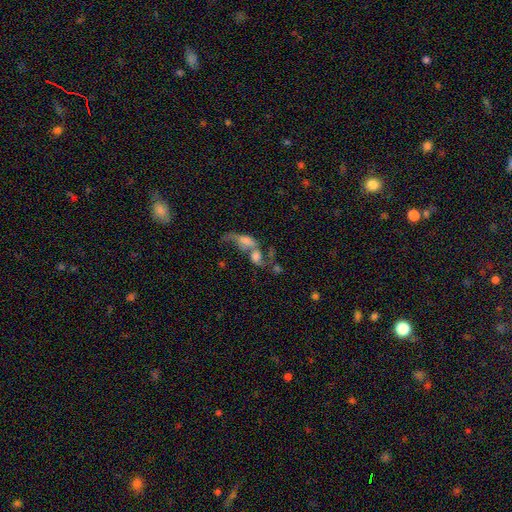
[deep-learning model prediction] smooth_or_featured: smooth (p=0.49) [alt: featured or disk p=0.36]
merging: merger (p=0.69) [alt: major disturbance p=0.14]